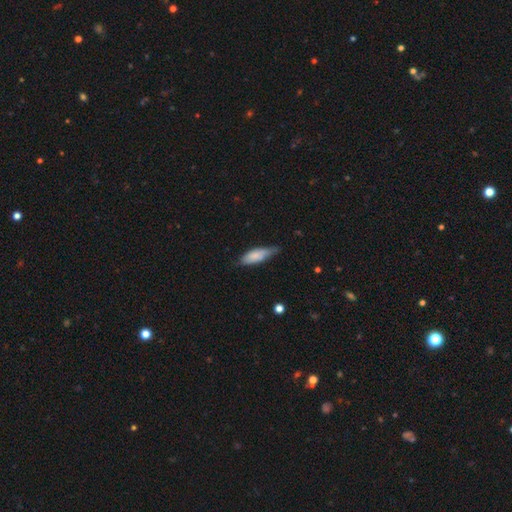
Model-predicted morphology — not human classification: Smooth or featured? Predicted: smooth (p=0.78). How rounded? Predicted: in between (p=0.58). Merging? Predicted: none (p=0.54).